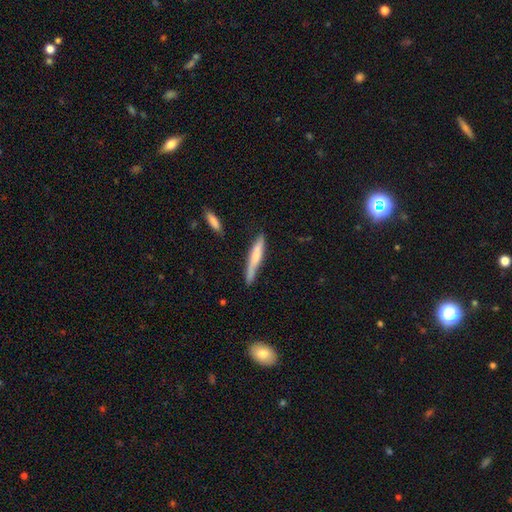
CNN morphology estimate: smooth-or-featured: smooth: 63% | featured or disk: 31% | star or artifact: 6%
  how-rounded: cigar-shaped: 92% | in between: 7% | round: 1%
  merging: none: 71% | minor disturbance: 22% | major disturbance: 4% | merger: 3%